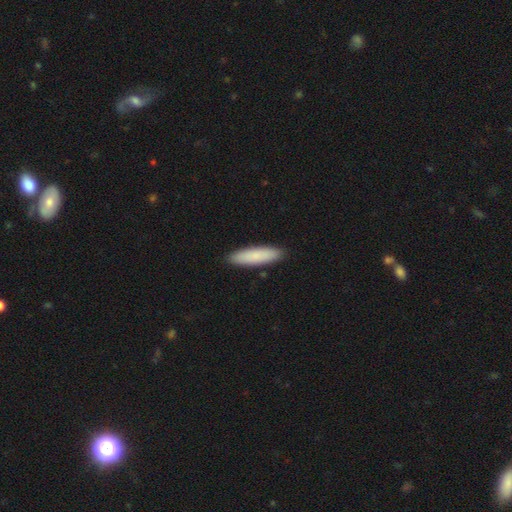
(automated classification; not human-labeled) Smooth or featured: smooth — 84% (featured or disk — 10%)
How rounded: cigar-shaped — 72% (in between — 26%)
Merging: none — 91% (minor disturbance — 7%)